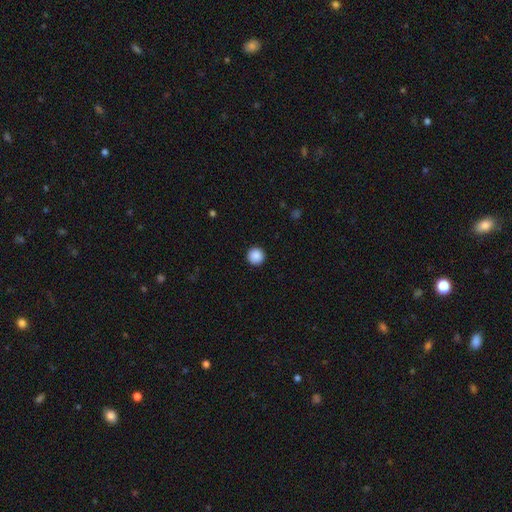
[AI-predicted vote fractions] Morphology: type=smooth (89%); roundness=round (96%); merging=none (93%).